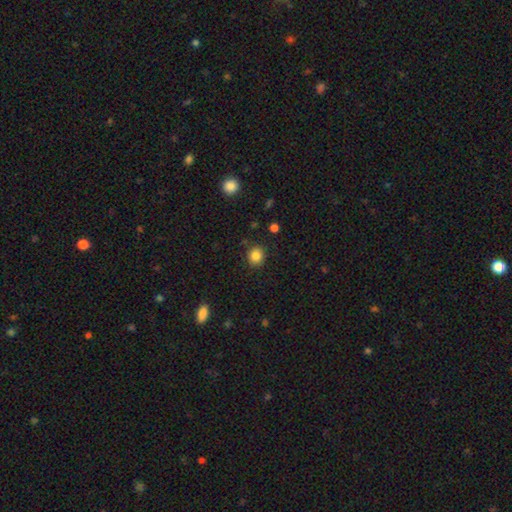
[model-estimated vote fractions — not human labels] Q: Smooth or featured?
A: smooth (85%); runner-up: star or artifact (11%)
Q: How rounded?
A: round (77%); runner-up: in between (22%)
Q: Merging?
A: none (86%); runner-up: minor disturbance (9%)